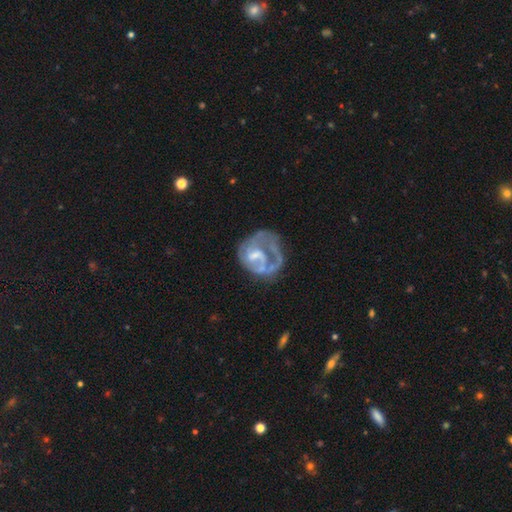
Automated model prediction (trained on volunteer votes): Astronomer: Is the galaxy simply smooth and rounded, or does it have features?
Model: featured or disk — 71%.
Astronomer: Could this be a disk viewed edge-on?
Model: no — 98%.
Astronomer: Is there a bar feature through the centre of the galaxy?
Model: no — 61%.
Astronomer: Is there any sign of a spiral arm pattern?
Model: yes — 56% (runner-up: no, 44%).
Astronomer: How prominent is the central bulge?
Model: moderate — 37% (runner-up: small, 28%).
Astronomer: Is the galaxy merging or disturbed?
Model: major disturbance — 39% (runner-up: none, 36%).